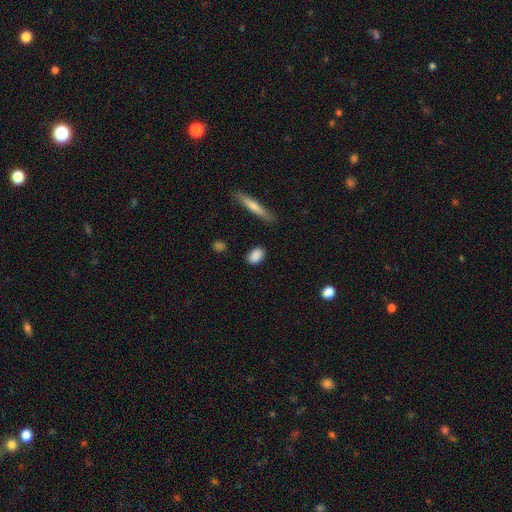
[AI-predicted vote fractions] smooth 87%, star or artifact 7%, featured or disk 6%. Down the decision tree: how rounded — in between (82%); merging — none (85%).